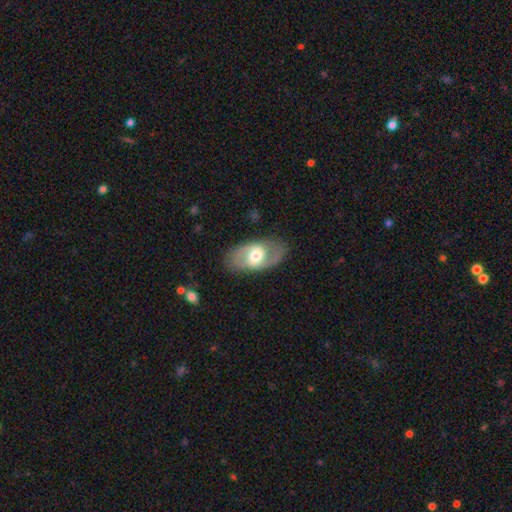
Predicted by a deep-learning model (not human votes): This appears to be a featured or disk galaxy (66%) with a weak bar (43%), spiral arms (69%) and a moderate central bulge (64%). Merging: none (82%).